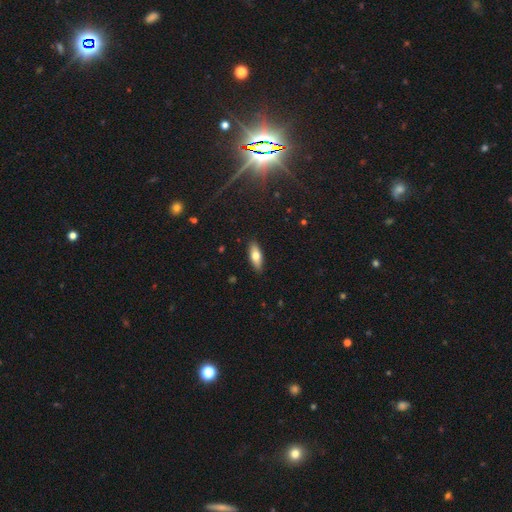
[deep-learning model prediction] Smooth or featured: smooth — 69% (featured or disk — 24%)
How rounded: in between — 65% (cigar-shaped — 32%)
Merging: none — 89% (minor disturbance — 8%)